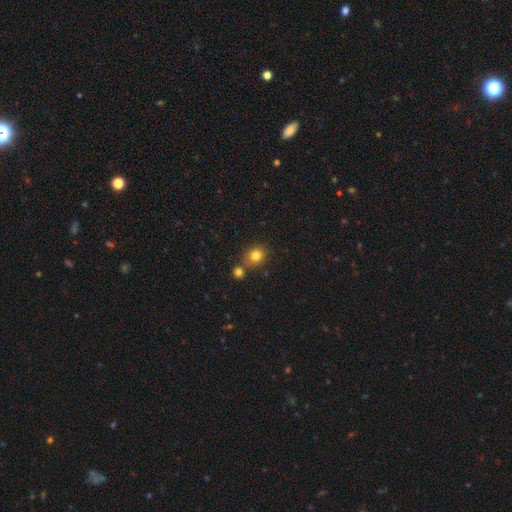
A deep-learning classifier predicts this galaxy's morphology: The model was most divided on "merging": none: 69%, merger: 17%, minor disturbance: 10%, major disturbance: 3%. More confident: smooth or featured — smooth (81%); how rounded — round (77%).